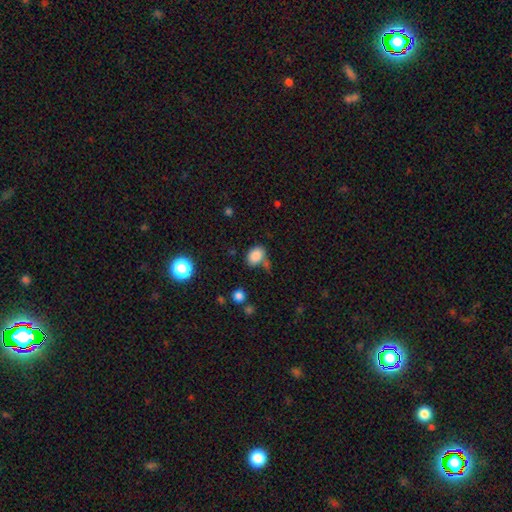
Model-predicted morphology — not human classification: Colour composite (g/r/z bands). It shows a smooth galaxy with no disk features (84%) that is in between round and cigar-shaped (75%). Merging: none (57%).